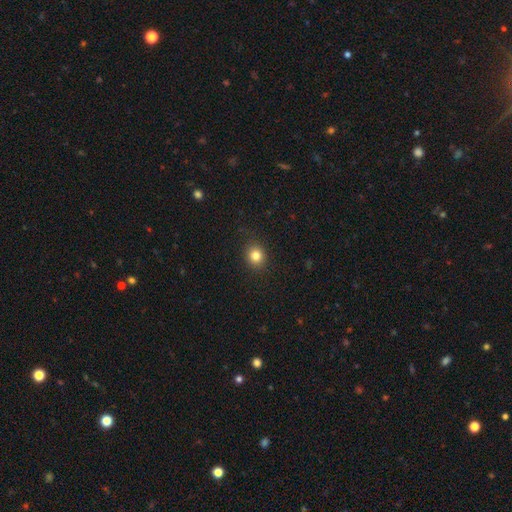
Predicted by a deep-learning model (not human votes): A smooth galaxy with no disk features (82%) that is round (76%).

Vote fractions:
- Smooth or featured? smooth: 82% / star or artifact: 12% / featured or disk: 6%
- How rounded? round: 76% / in between: 23% / cigar-shaped: 1%
- Merging? none: 88% / minor disturbance: 9% / major disturbance: 2% / merger: 1%